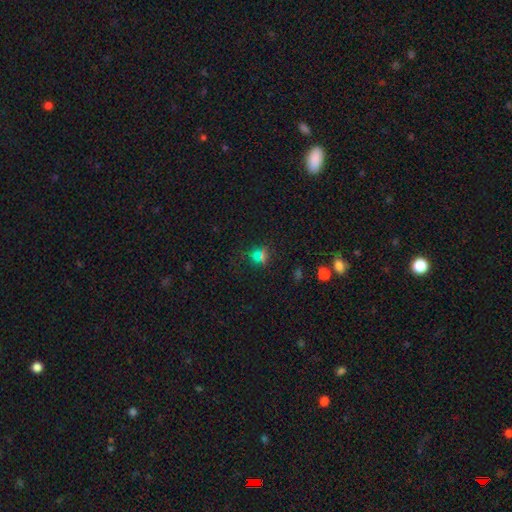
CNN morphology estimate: Smooth or featured: smooth — 49% (star or artifact — 42%)
Merging: none — 69% (minor disturbance — 13%)